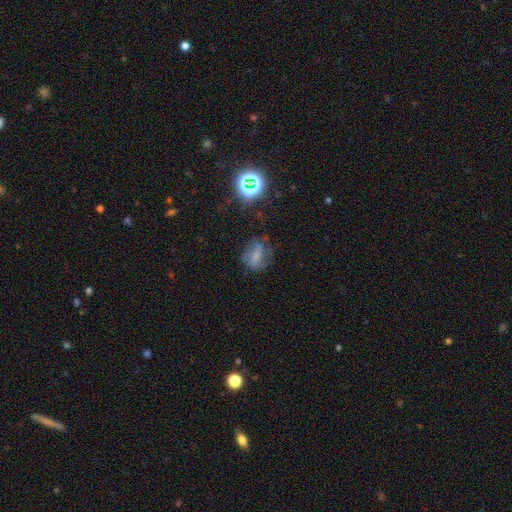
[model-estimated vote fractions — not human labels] A smooth galaxy with no disk features (42%).

Vote fractions:
- Smooth or featured? smooth: 42% / featured or disk: 36% / star or artifact: 21%
- Merging? none: 49% / minor disturbance: 25% / major disturbance: 22% / merger: 4%